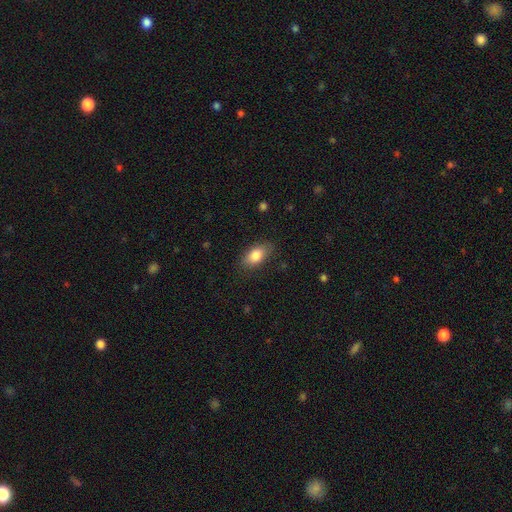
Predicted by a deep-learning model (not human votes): Q: Smooth or featured?
A: smooth (83%); runner-up: featured or disk (10%)
Q: How rounded?
A: in between (90%); runner-up: round (7%)
Q: Merging?
A: none (82%); runner-up: minor disturbance (13%)